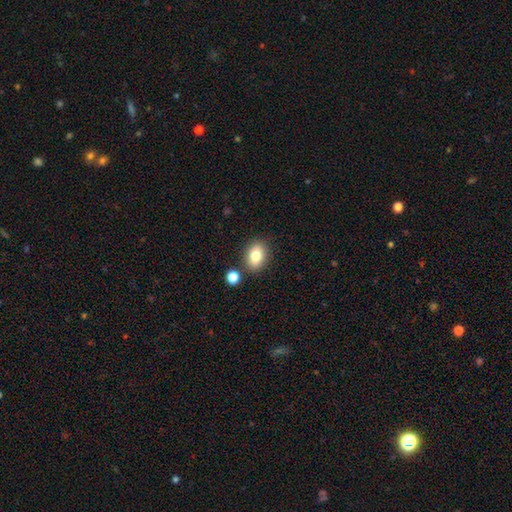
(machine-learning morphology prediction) Overall: smooth (82%). How rounded: in between (76%). Merging: none (80%).